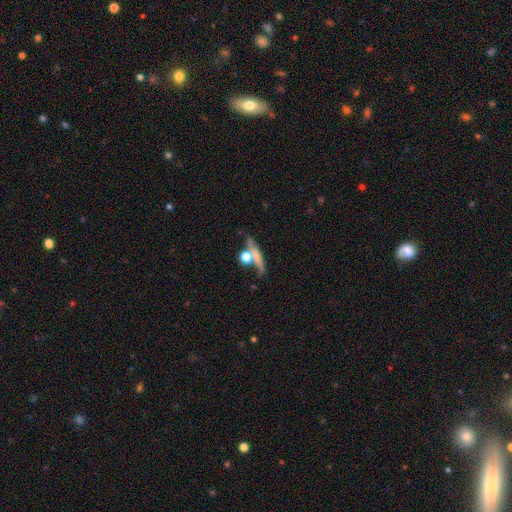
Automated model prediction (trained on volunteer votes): smooth-or-featured: smooth: 52% | featured or disk: 37% | star or artifact: 11%
  how-rounded: cigar-shaped: 53% | round: 25% | in between: 22%
  merging: none: 47% | merger: 25% | minor disturbance: 16% | major disturbance: 12%